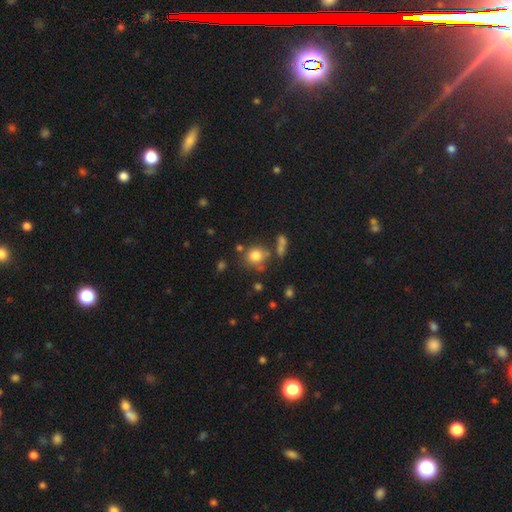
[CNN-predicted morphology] Smooth or featured? smooth (81%)
How rounded? round (80%)
Merging? none (65%)